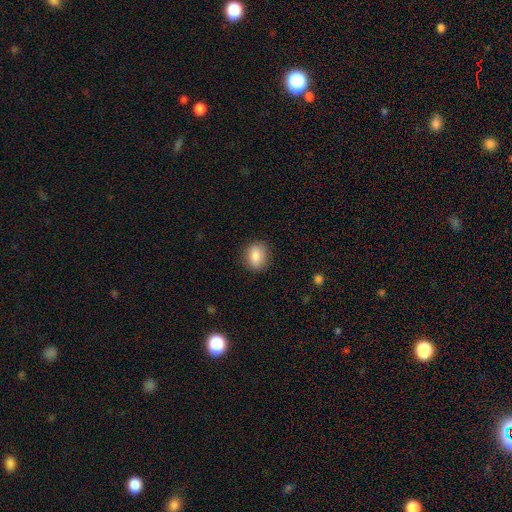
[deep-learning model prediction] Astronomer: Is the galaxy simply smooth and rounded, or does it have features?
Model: smooth — 86%.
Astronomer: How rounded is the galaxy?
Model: in between — 55% (runner-up: round, 44%).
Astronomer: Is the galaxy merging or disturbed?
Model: none — 86%.